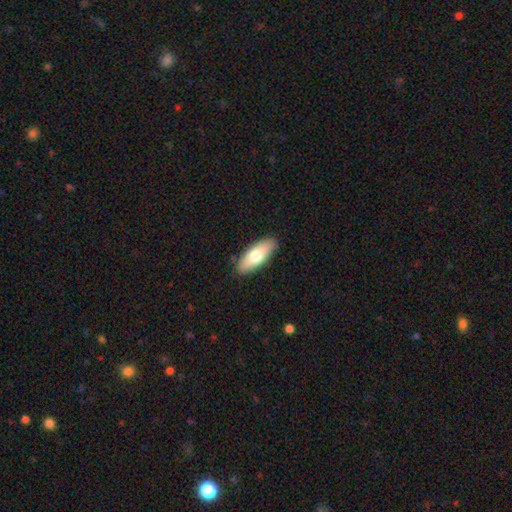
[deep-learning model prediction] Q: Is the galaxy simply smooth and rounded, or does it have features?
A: smooth — 71%.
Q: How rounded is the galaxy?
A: in between — 79%.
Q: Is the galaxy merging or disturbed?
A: none — 88%.